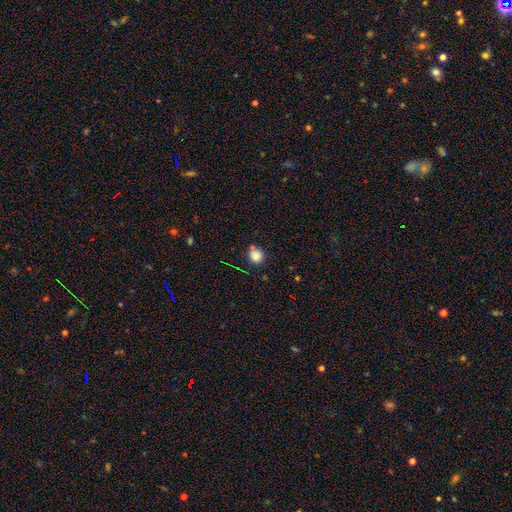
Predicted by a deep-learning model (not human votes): Smooth or featured?
  - smooth: 84% *
  - star or artifact: 12%
  - featured or disk: 5%
How rounded?
  - round: 89% *
  - in between: 10%
  - cigar-shaped: 1%
Merging?
  - none: 76% *
  - minor disturbance: 13%
  - merger: 7%
  - major disturbance: 4%